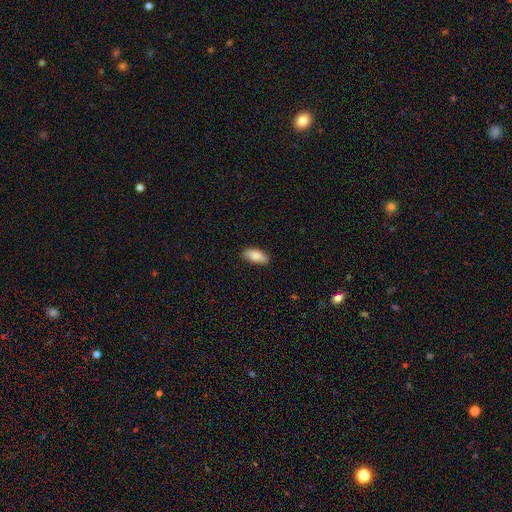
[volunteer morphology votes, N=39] Smooth or featured?
  - smooth: 95% *
  - featured or disk: 3%
  - star or artifact: 3%
How rounded?
  - in between: 97% *
  - cigar-shaped: 3%
  - round: 0%
Merging?
  - none: 95% *
  - major disturbance: 5%
  - minor disturbance: 0%
  - merger: 0%